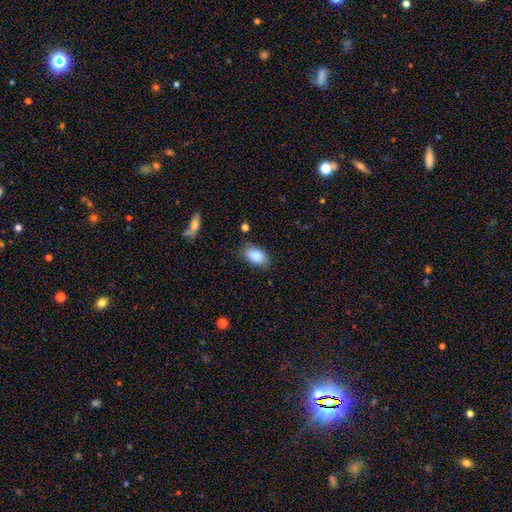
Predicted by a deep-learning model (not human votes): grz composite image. It shows a smooth galaxy with no disk features (87%) that is in between round and cigar-shaped (92%). Merging: none (79%).